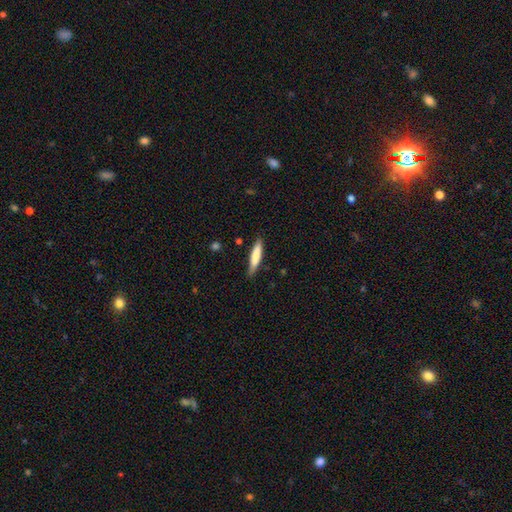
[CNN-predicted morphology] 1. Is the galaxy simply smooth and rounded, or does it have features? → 76% smooth, 18% featured or disk, 5% star or artifact.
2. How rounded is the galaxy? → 87% cigar-shaped, 11% in between, 1% round.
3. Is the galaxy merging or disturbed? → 84% none, 12% minor disturbance, 2% major disturbance, 1% merger.